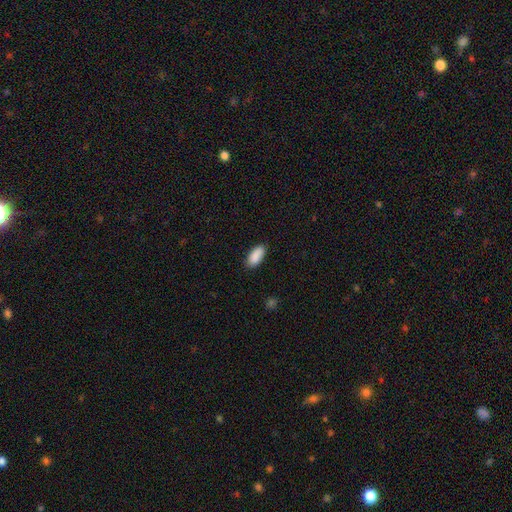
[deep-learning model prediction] Smooth or featured? smooth (88%)
How rounded? in between (92%)
Merging? none (81%)